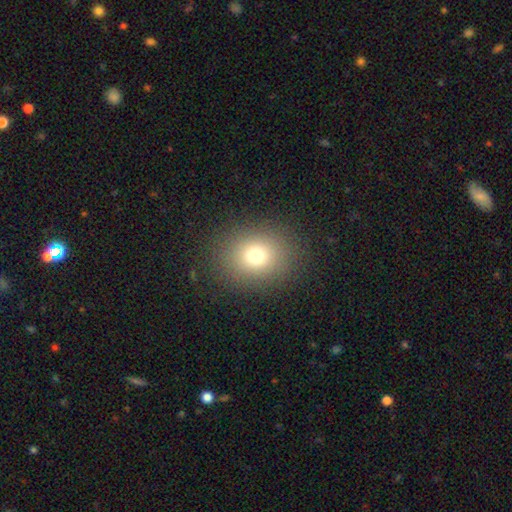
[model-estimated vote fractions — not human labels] Morphology: type=smooth (73%); roundness=round (67%); merging=none (87%).